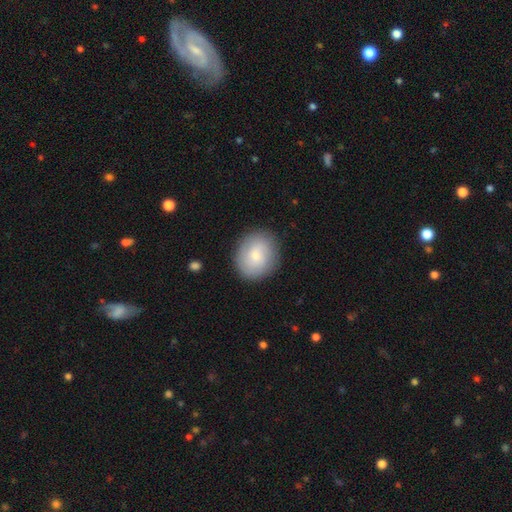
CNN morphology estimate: smooth 67%, featured or disk 25%, star or artifact 7%. Down the decision tree: how rounded — round (67%); merging — none (86%).